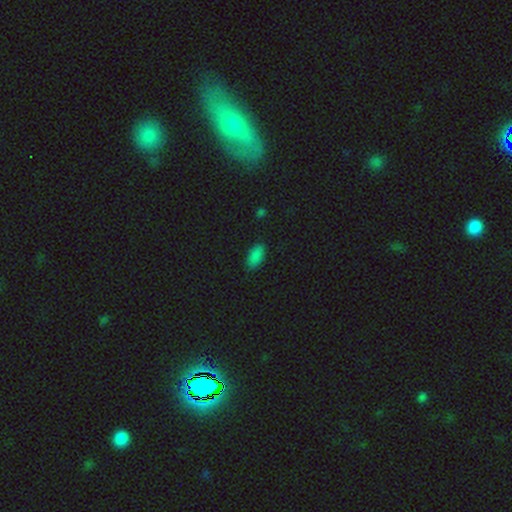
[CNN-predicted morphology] Q: Smooth or featured?
A: smooth (84%); runner-up: star or artifact (12%)
Q: How rounded?
A: in between (92%); runner-up: cigar-shaped (5%)
Q: Merging?
A: none (87%); runner-up: minor disturbance (10%)